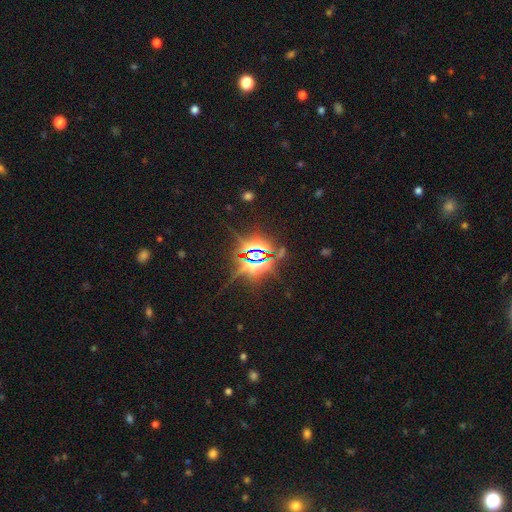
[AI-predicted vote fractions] star or artifact 82%, featured or disk 9%, smooth 9%.